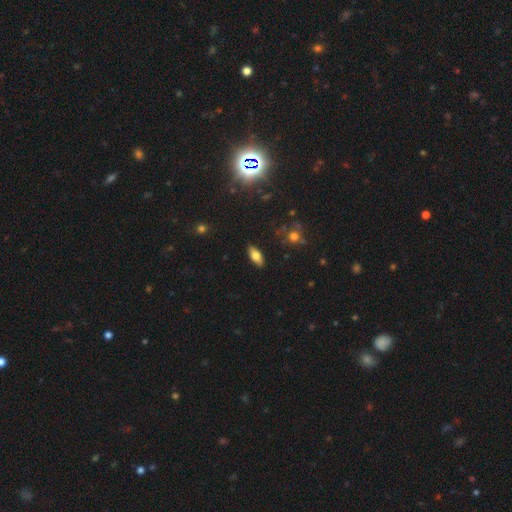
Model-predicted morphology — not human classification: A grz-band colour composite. It shows a smooth galaxy with no disk features (71%) that is in between round and cigar-shaped (84%). Merging: none (87%).